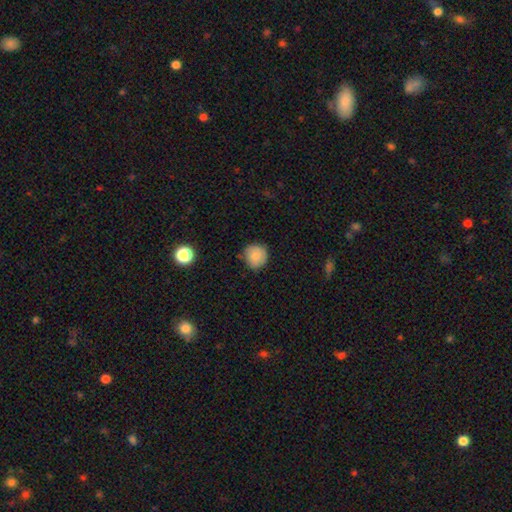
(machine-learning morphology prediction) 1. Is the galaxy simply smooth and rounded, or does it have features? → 83% smooth, 9% star or artifact, 8% featured or disk.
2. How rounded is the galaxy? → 92% round, 7% in between, 1% cigar-shaped.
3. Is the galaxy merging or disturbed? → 80% none, 16% minor disturbance, 3% major disturbance, 2% merger.